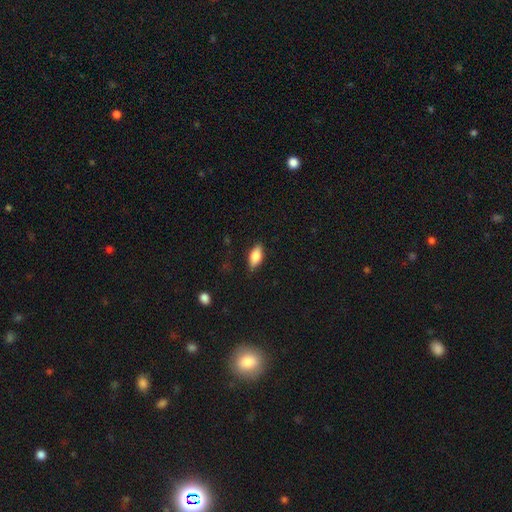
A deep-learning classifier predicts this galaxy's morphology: smooth 80%, featured or disk 13%, star or artifact 7%. Down the decision tree: how rounded — in between (87%); merging — none (82%).